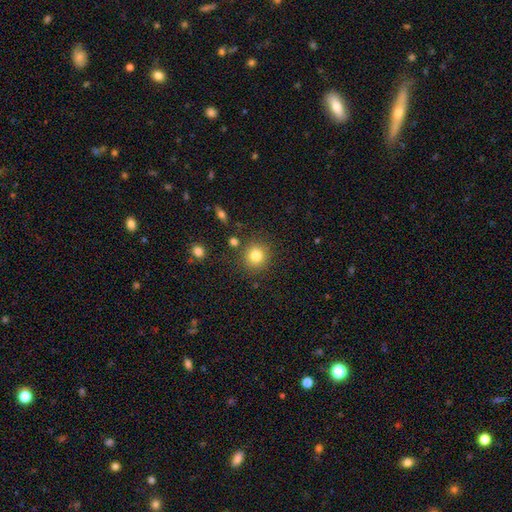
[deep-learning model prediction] Smooth or featured: smooth — 82% (star or artifact — 11%)
How rounded: round — 90% (in between — 9%)
Merging: none — 84% (minor disturbance — 8%)